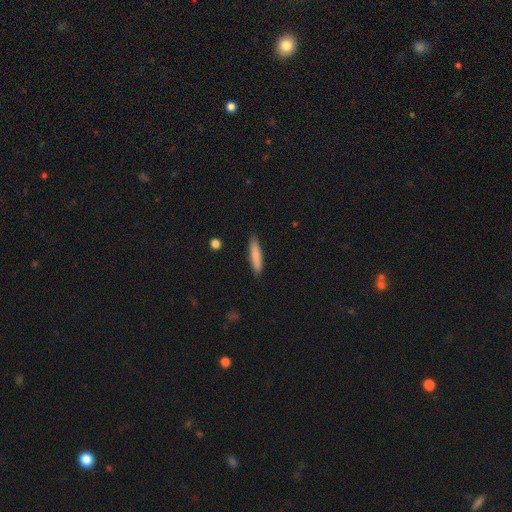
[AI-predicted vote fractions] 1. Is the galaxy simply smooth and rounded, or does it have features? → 82% smooth, 12% featured or disk, 6% star or artifact.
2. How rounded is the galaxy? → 85% cigar-shaped, 14% in between, 1% round.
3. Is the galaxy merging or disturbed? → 88% none, 9% minor disturbance, 2% major disturbance, 1% merger.